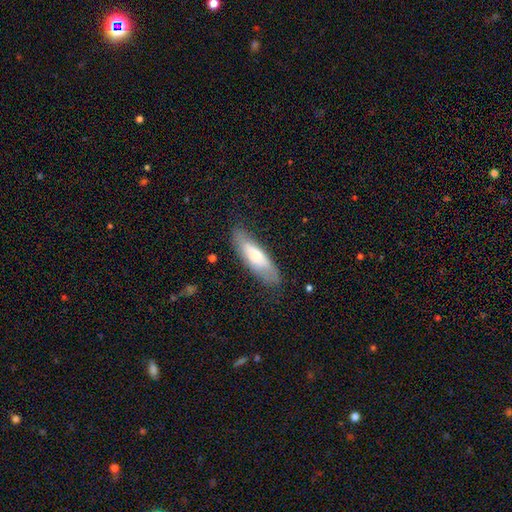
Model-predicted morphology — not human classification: This is likely a smooth galaxy (66%). How rounded: possibly cigar-shaped (54%). Merging: likely none (78%).